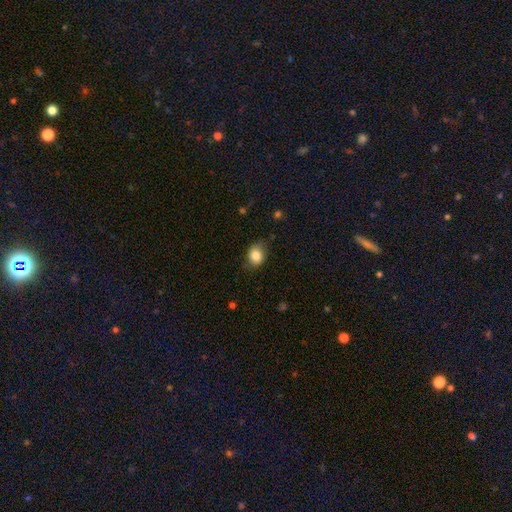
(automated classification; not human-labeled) This is clearly a smooth galaxy (83%). How rounded: possibly in between (53%). Merging: likely none (72%).